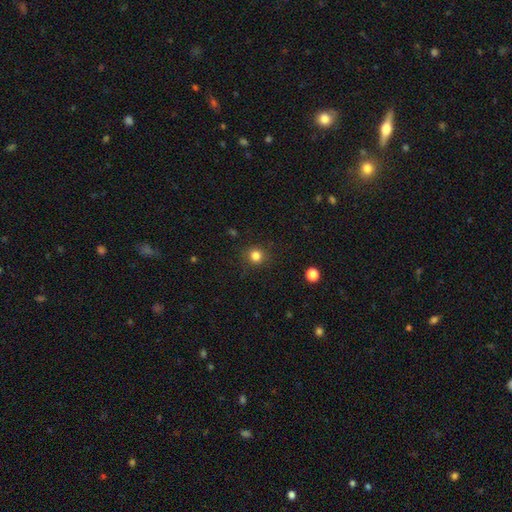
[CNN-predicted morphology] type=smooth (82%); roundness=round (90%); merging=none (88%).